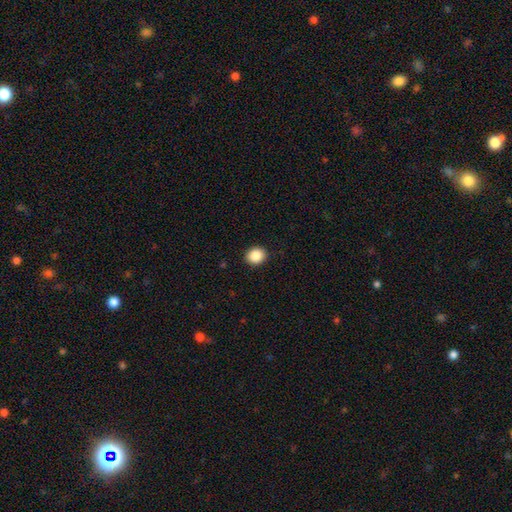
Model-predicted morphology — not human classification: type=smooth (87%); roundness=round (74%); merging=none (92%).